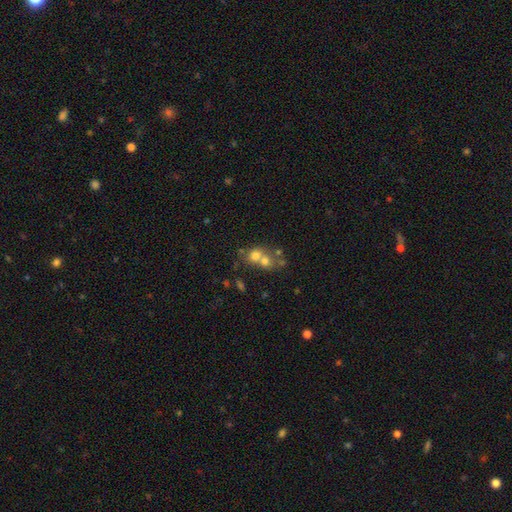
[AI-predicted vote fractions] Smooth or featured?
  - smooth: 67% *
  - featured or disk: 19%
  - star or artifact: 14%
How rounded?
  - round: 74% *
  - in between: 25%
  - cigar-shaped: 1%
Merging?
  - merger: 60% *
  - none: 30%
  - minor disturbance: 6%
  - major disturbance: 4%